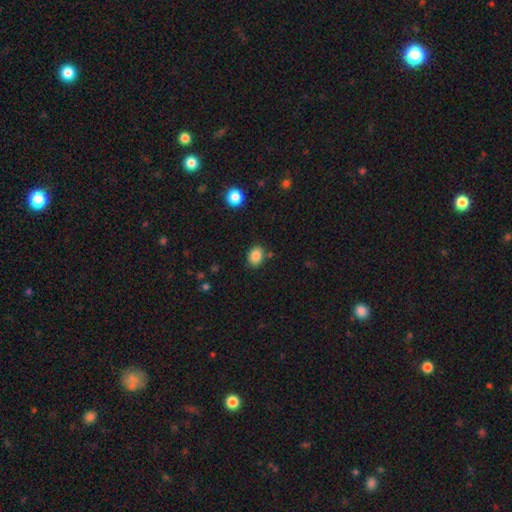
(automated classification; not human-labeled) Smooth or featured? Predicted: smooth (p=0.85). How rounded? Predicted: in between (p=0.58). Merging? Predicted: none (p=0.83).